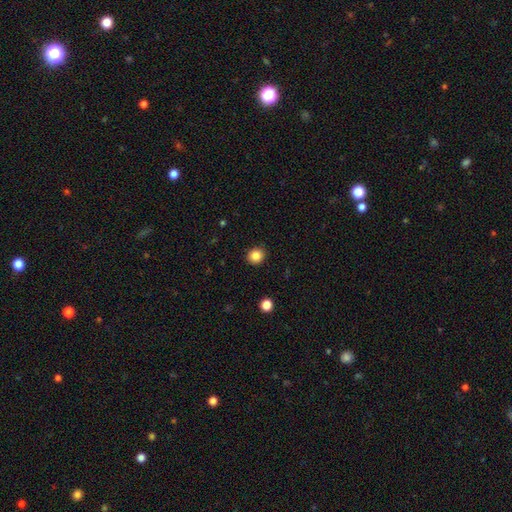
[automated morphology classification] A smooth galaxy with no disk features (85%) that is round (89%). Merging: none (91%).